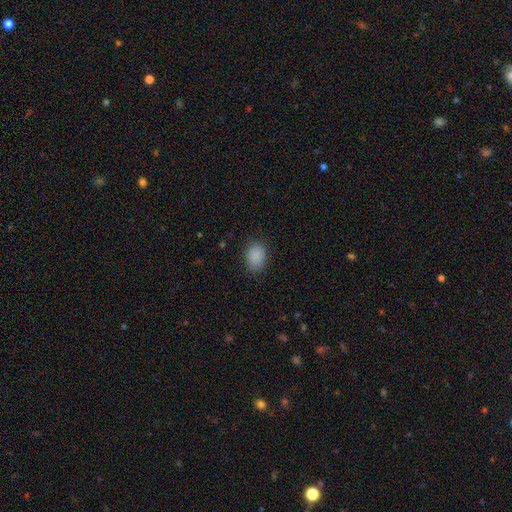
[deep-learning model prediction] This is clearly a smooth galaxy (88%). How rounded: likely in between (66%). Merging: clearly none (82%).